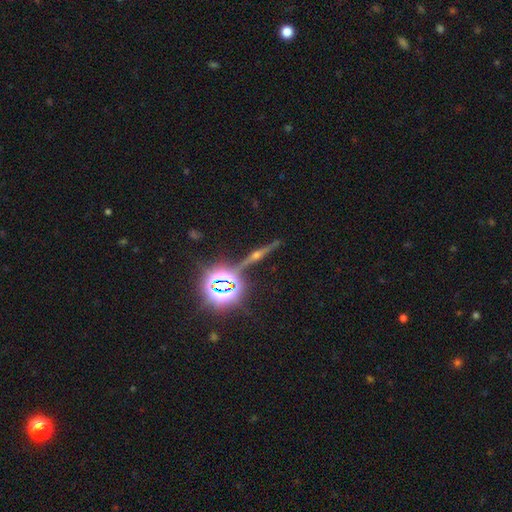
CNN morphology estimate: Overall: featured or disk (60%; star or artifact 28%). Edge-on disk: yes (94%). Edge-on bulge: rounded (92%). Merging: none (86%).